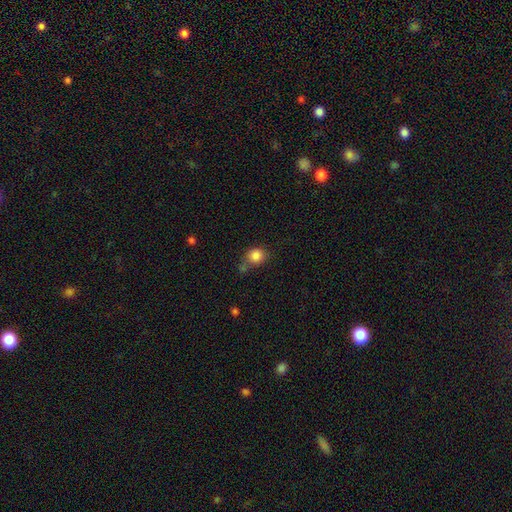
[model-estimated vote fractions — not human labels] Smooth or featured: smooth — 85% (star or artifact — 10%)
How rounded: round — 79% (in between — 20%)
Merging: none — 57% (minor disturbance — 20%)